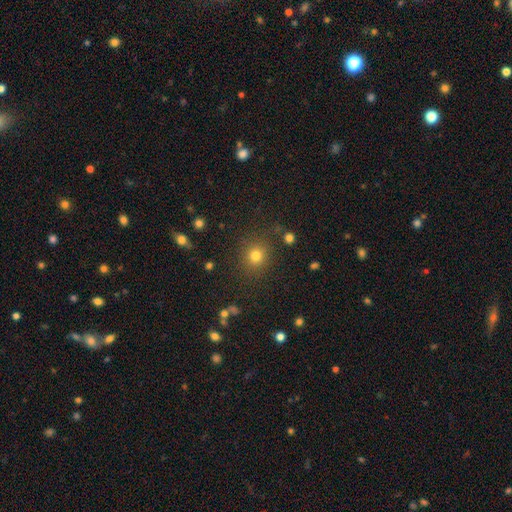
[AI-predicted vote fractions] smooth 77%, star or artifact 17%, featured or disk 7%. Down the decision tree: how rounded — round (87%); merging — none (85%).